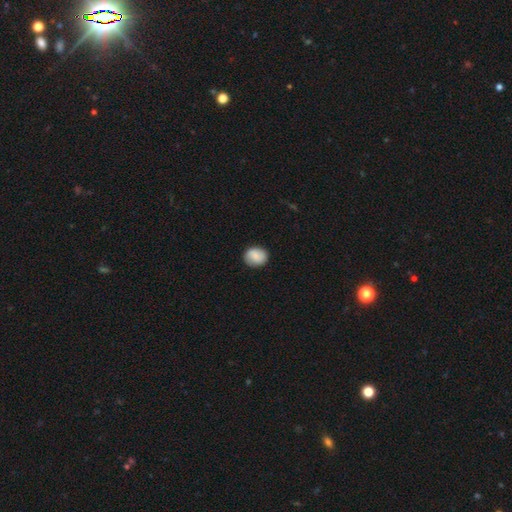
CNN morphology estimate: Smooth or featured? Predicted: smooth (p=0.81). How rounded? Predicted: round (p=0.64). Merging? Predicted: none (p=0.85).